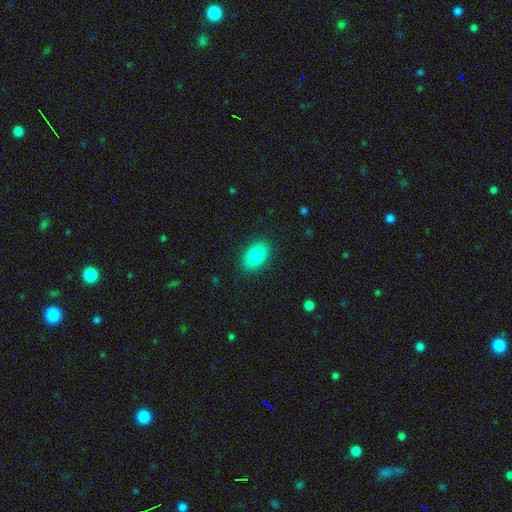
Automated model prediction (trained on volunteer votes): A smooth galaxy with no disk features (84%) that is in between round and cigar-shaped (86%). Merging: none (88%).